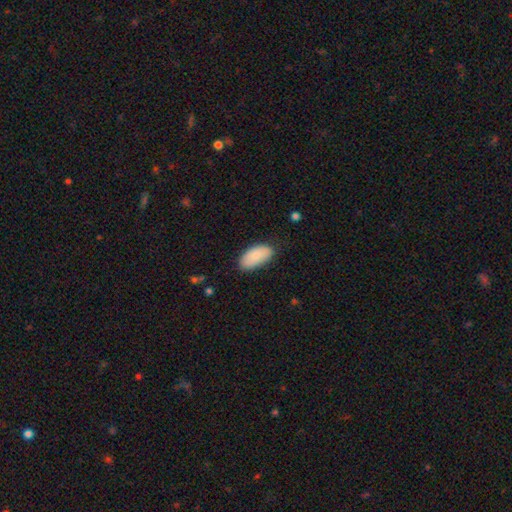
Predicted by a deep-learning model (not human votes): Smooth or featured: smooth — 85% (featured or disk — 9%)
How rounded: in between — 95% (cigar-shaped — 3%)
Merging: none — 78% (minor disturbance — 18%)